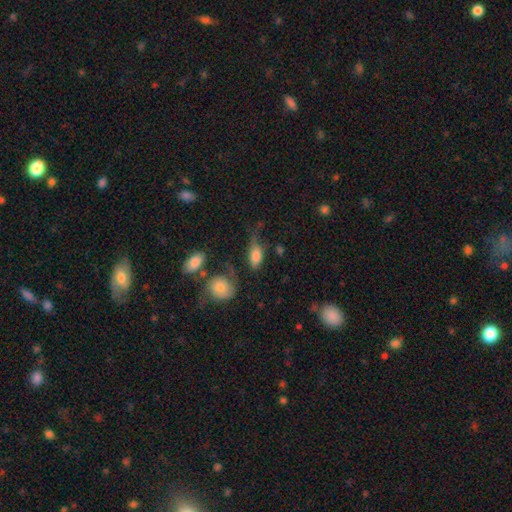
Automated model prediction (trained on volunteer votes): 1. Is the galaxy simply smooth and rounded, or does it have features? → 71% smooth, 20% featured or disk, 9% star or artifact.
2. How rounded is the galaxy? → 85% in between, 9% cigar-shaped, 7% round.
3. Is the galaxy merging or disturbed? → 38% none, 28% minor disturbance, 25% major disturbance, 9% merger.